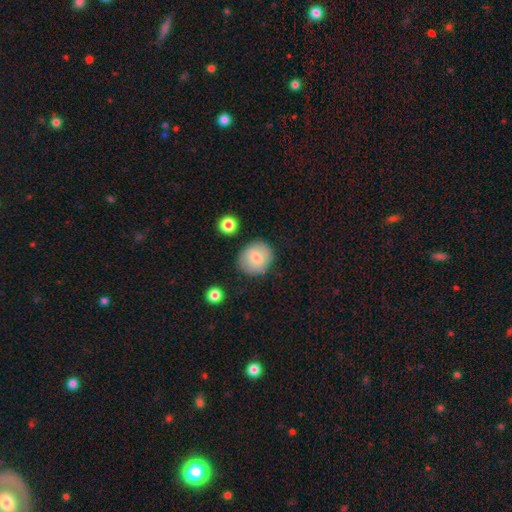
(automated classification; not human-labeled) Q: Smooth or featured?
A: smooth (75%); runner-up: featured or disk (17%)
Q: How rounded?
A: round (82%); runner-up: in between (17%)
Q: Merging?
A: none (82%); runner-up: minor disturbance (13%)